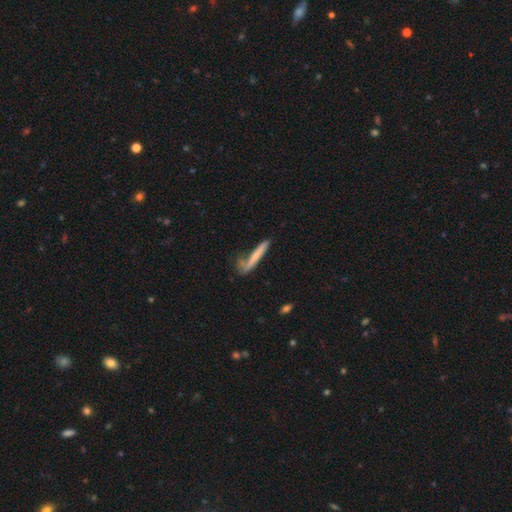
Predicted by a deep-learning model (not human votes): Overall: smooth (59%; featured or disk 35%). How rounded: cigar-shaped (94%). Merging: none (58%; minor disturbance 24%).